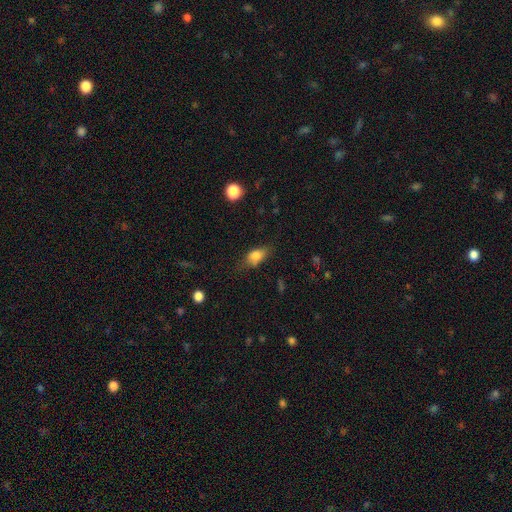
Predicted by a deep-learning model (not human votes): A smooth galaxy with no disk features (77%) that is in between round and cigar-shaped (81%).

Vote fractions:
- Smooth or featured? smooth: 77% / featured or disk: 14% / star or artifact: 9%
- How rounded? in between: 81% / round: 10% / cigar-shaped: 9%
- Merging? none: 64% / minor disturbance: 26% / major disturbance: 8% / merger: 2%